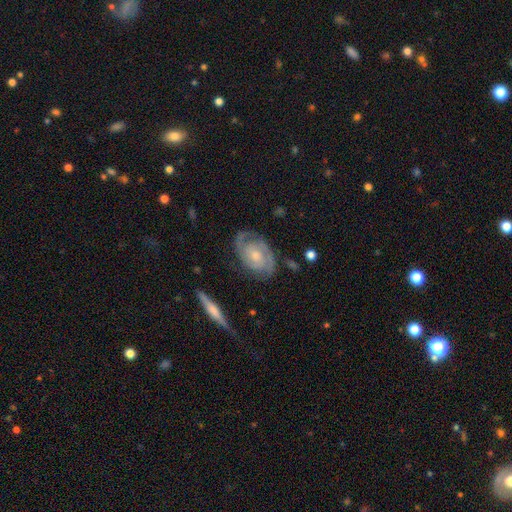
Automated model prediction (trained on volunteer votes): smooth_or_featured: featured or disk (p=0.86) [alt: smooth p=0.09]
disk_edge_on: no (p=0.96) [alt: yes p=0.04]
bar: no (p=0.68) [alt: weak p=0.26]
has_spiral_arms: yes (p=0.96) [alt: no p=0.04]
spiral_winding: tight (p=0.61) [alt: medium p=0.33]
spiral_arm_count: 2 (p=0.79) [alt: can't tell p=0.09]
bulge_size: small (p=0.47) [alt: moderate p=0.46]
merging: none (p=0.77) [alt: minor disturbance p=0.16]